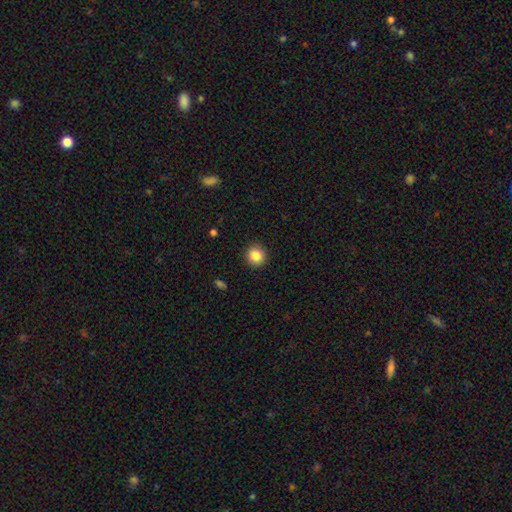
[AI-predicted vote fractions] Morphology: type=smooth (86%); roundness=round (92%); merging=none (92%).